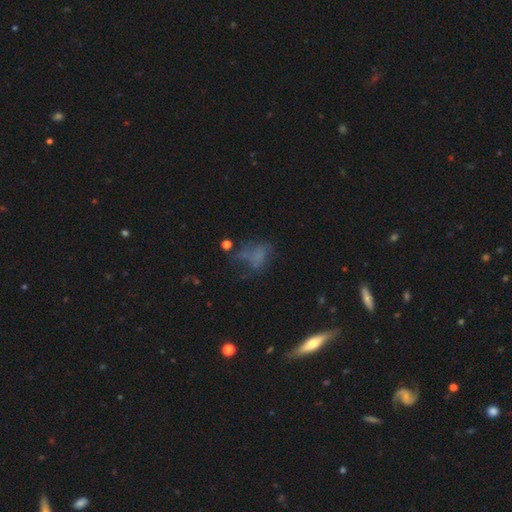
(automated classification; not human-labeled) Smooth or featured: smooth — 44% (featured or disk — 34%)
Merging: none — 36% (major disturbance — 35%)